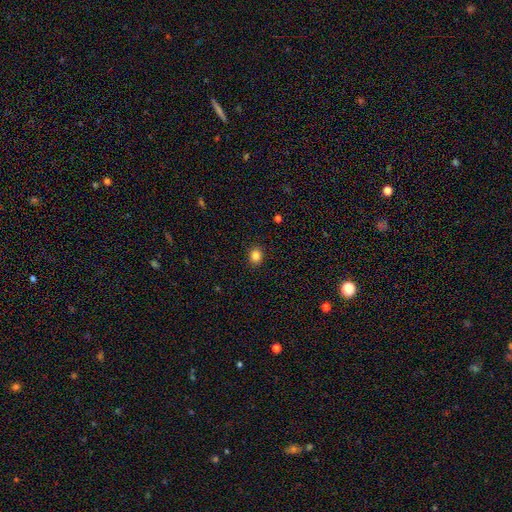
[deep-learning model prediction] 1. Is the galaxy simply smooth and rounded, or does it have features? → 84% smooth, 11% star or artifact, 4% featured or disk.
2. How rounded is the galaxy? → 72% round, 27% in between, 1% cigar-shaped.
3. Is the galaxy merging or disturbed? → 91% none, 6% minor disturbance, 2% major disturbance, 1% merger.